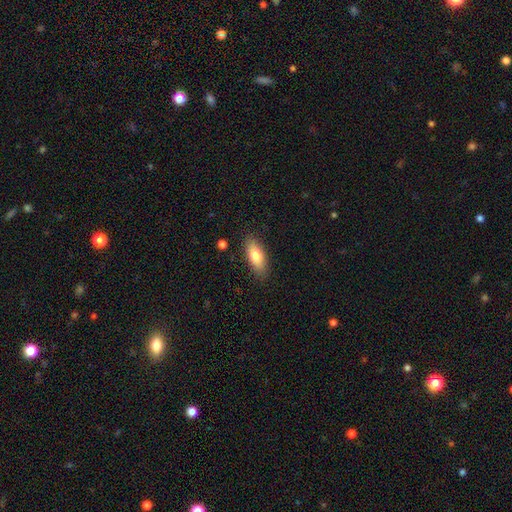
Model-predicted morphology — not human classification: smooth_or_featured: smooth (p=0.77) [alt: featured or disk p=0.16]
how_rounded: in between (p=0.78) [alt: cigar-shaped p=0.19]
merging: none (p=0.86) [alt: minor disturbance p=0.10]